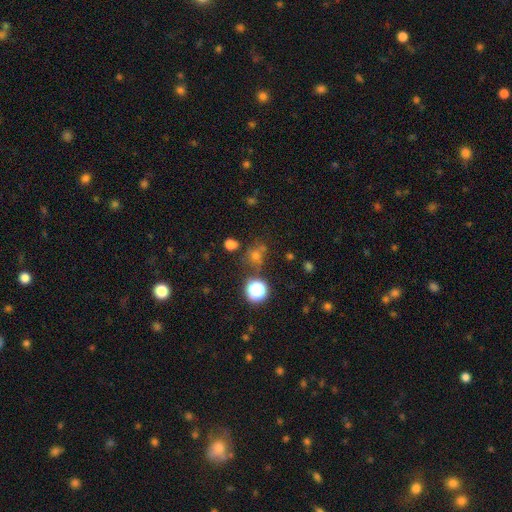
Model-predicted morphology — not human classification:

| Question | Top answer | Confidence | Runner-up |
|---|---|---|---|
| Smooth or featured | smooth | 57% | star or artifact (34%) |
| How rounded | round | 79% | in between (19%) |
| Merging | none | 68% | minor disturbance (14%) |